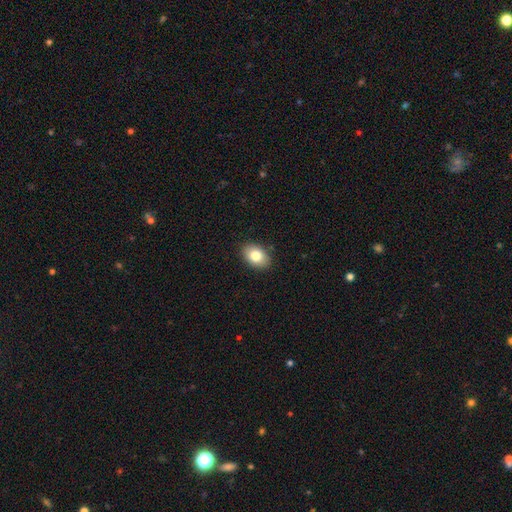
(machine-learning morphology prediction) smooth 81%, featured or disk 11%, star or artifact 8%. Down the decision tree: how rounded — in between (83%); merging — none (88%).